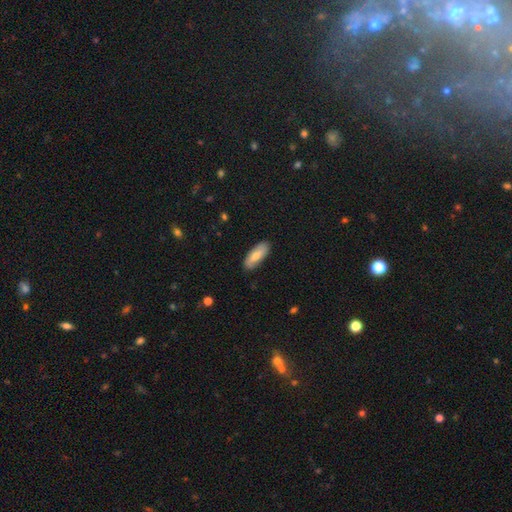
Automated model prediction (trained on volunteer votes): A smooth galaxy with no disk features (70%) that is in between round and cigar-shaped (75%).

Vote fractions:
- Smooth or featured? smooth: 70% / featured or disk: 25% / star or artifact: 6%
- How rounded? in between: 75% / cigar-shaped: 23% / round: 2%
- Merging? none: 87% / minor disturbance: 10% / major disturbance: 2% / merger: 1%